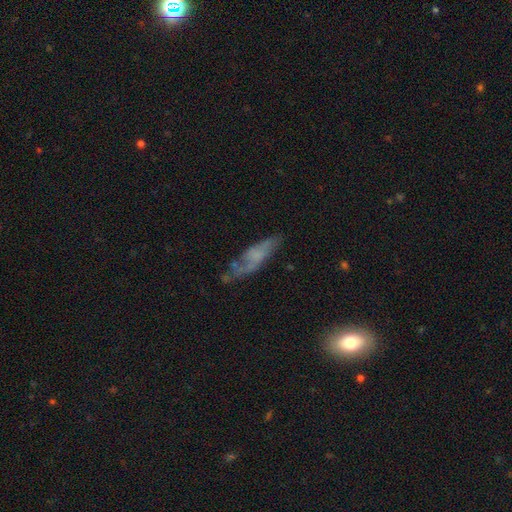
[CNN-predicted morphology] Smooth or featured? Predicted: featured or disk (p=0.50). Edge-on disk? Predicted: no (p=0.69). Merging? Predicted: none (p=0.51).